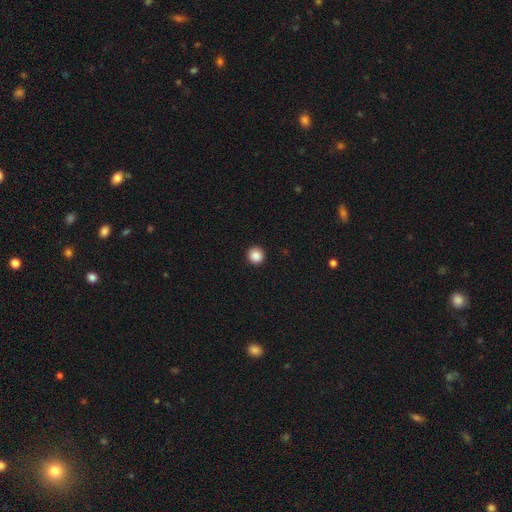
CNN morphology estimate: Smooth or featured? smooth (87%)
How rounded? round (95%)
Merging? none (93%)